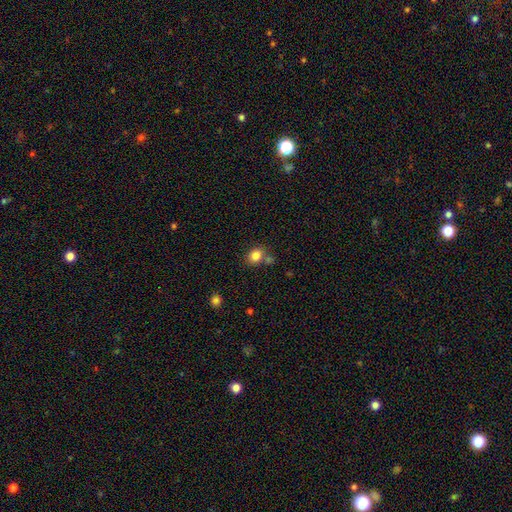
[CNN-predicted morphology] Smooth or featured? smooth (83%)
How rounded? round (59%)
Merging? none (68%)